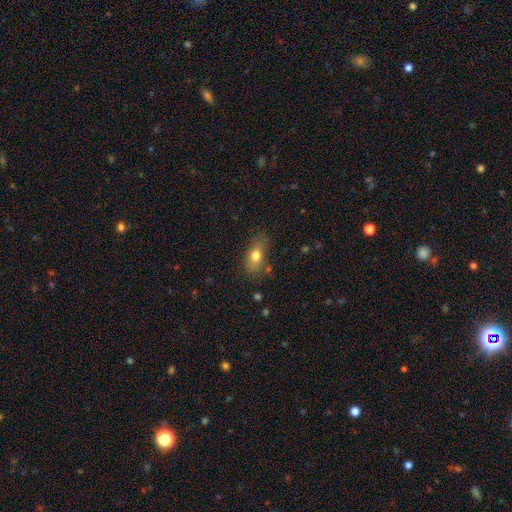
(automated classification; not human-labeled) Smooth or featured? Predicted: smooth (p=0.75). How rounded? Predicted: in between (p=0.81). Merging? Predicted: none (p=0.72).